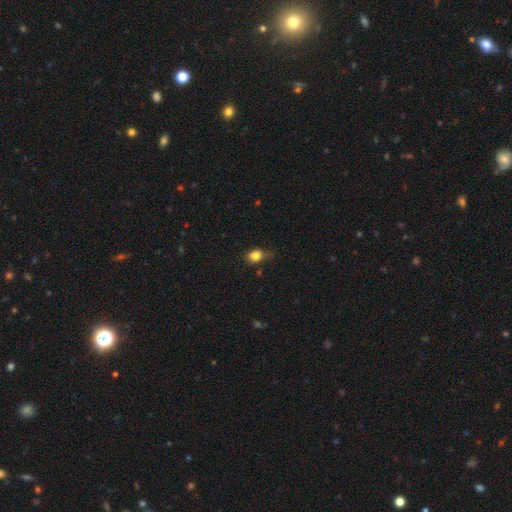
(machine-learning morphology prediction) Smooth or featured: smooth — 82% (star or artifact — 10%)
How rounded: in between — 60% (round — 38%)
Merging: none — 53% (minor disturbance — 35%)